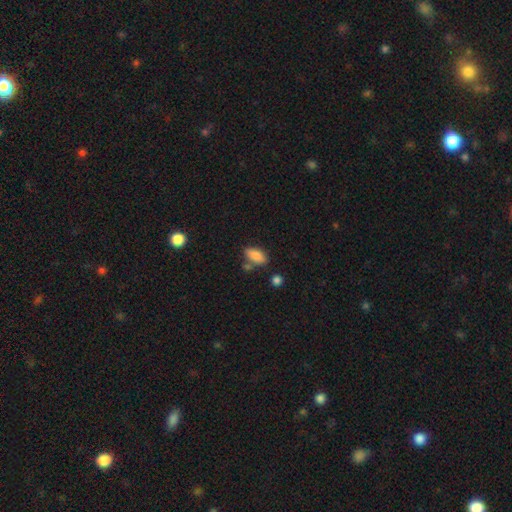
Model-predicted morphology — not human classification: Smooth or featured? smooth (85%)
How rounded? in between (89%)
Merging? none (68%)